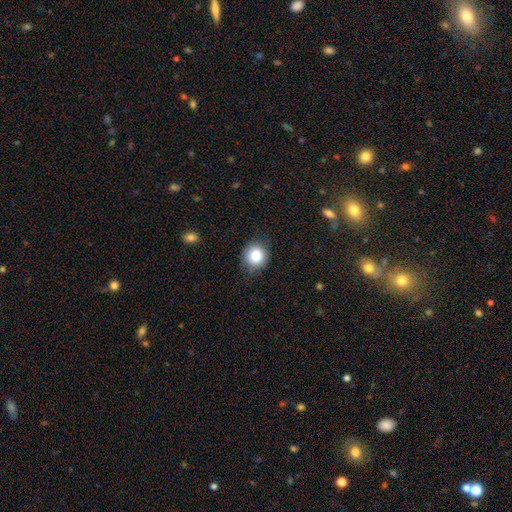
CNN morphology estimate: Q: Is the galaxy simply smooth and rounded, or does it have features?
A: smooth — 83%.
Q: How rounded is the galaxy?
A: round — 82%.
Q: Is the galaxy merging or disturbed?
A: none — 81%.